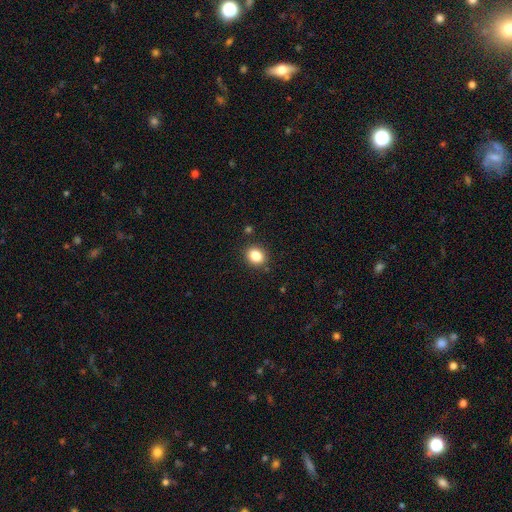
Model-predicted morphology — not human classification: This appears to be a smooth galaxy with no disk features (84%) that is round (62%). Merging: none (88%).